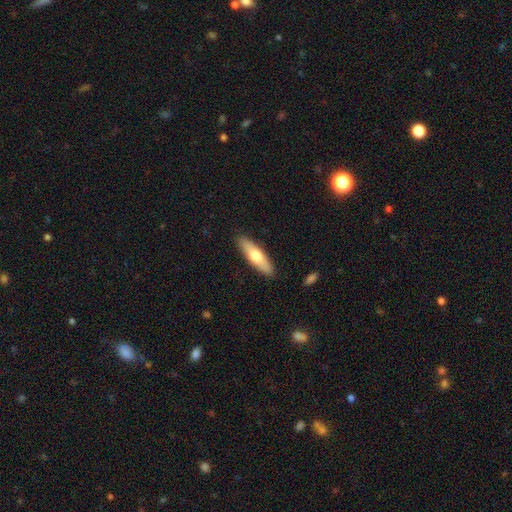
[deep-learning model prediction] smooth-or-featured: smooth: 61% | featured or disk: 34% | star or artifact: 5%
  how-rounded: cigar-shaped: 63% | in between: 35% | round: 2%
  merging: none: 89% | minor disturbance: 8% | major disturbance: 2% | merger: 1%